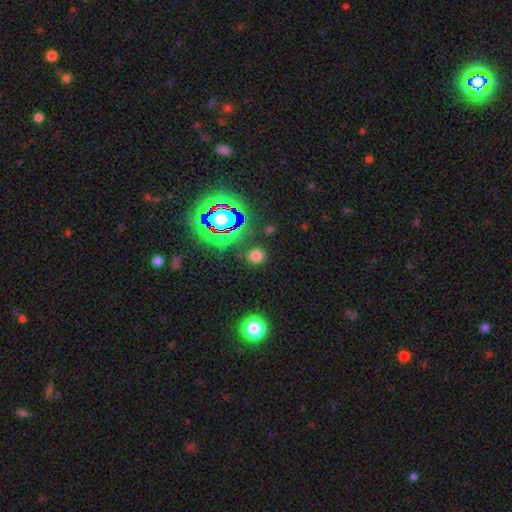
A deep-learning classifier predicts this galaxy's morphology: smooth_or_featured: smooth (p=0.69) [alt: star or artifact p=0.26]
how_rounded: round (p=0.86) [alt: in between p=0.12]
merging: none (p=0.87) [alt: minor disturbance p=0.07]